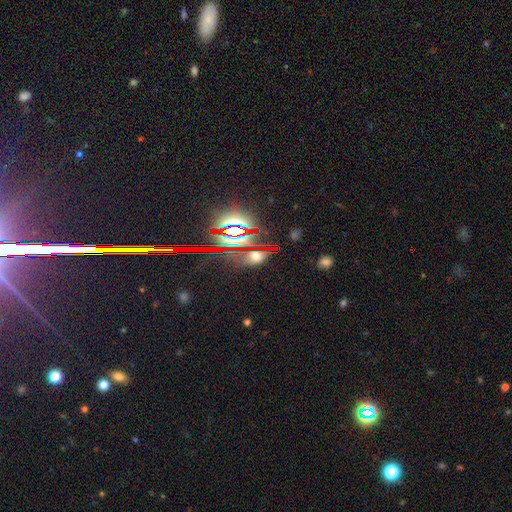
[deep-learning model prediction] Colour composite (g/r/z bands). It shows a star or artifact, not a galaxy (65%).